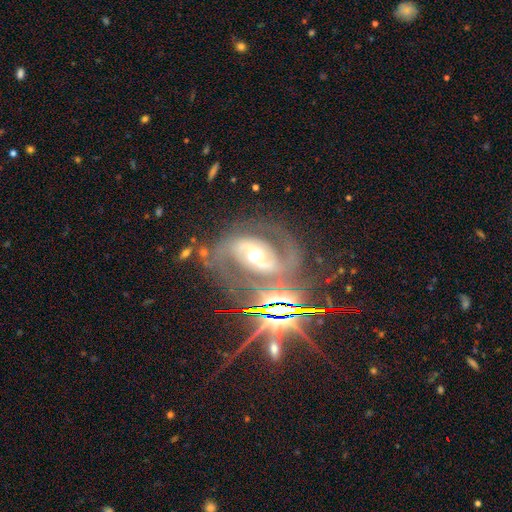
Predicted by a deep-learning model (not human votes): Q: Smooth or featured?
A: featured or disk (81%); runner-up: star or artifact (12%)
Q: Edge-on disk?
A: no (96%); runner-up: yes (4%)
Q: Bar?
A: strong (43%); runner-up: weak (32%)
Q: Spiral arms?
A: yes (92%); runner-up: no (8%)
Q: Spiral winding?
A: medium (53%); runner-up: tight (28%)
Q: Spiral arm count?
A: 2 (86%); runner-up: can't tell (5%)
Q: Bulge size?
A: moderate (72%); runner-up: small (14%)
Q: Merging?
A: none (68%); runner-up: minor disturbance (16%)